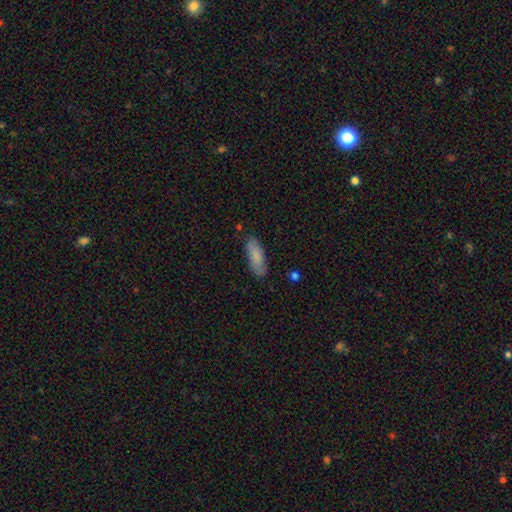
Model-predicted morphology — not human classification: Smooth or featured? Predicted: smooth (p=0.81). How rounded? Predicted: in between (p=0.61). Merging? Predicted: none (p=0.79).